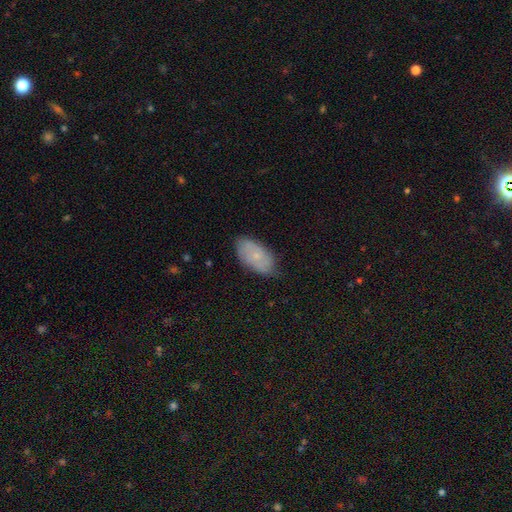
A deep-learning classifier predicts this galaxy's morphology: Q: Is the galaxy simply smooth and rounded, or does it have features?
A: smooth — 59%.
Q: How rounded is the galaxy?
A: in between — 93%.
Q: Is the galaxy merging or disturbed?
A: none — 74%.